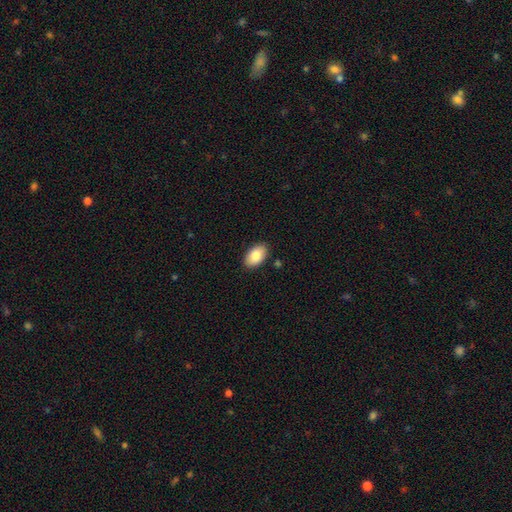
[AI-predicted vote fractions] Smooth or featured? Predicted: smooth (p=0.85). How rounded? Predicted: in between (p=0.93). Merging? Predicted: none (p=0.88).